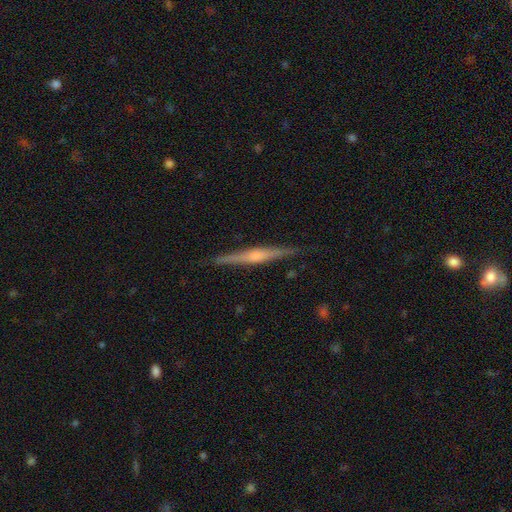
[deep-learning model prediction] featured or disk 77%, smooth 17%, star or artifact 6%. Down the decision tree: edge-on disk — yes (98%); edge-on bulge — rounded (69%); merging — none (90%).